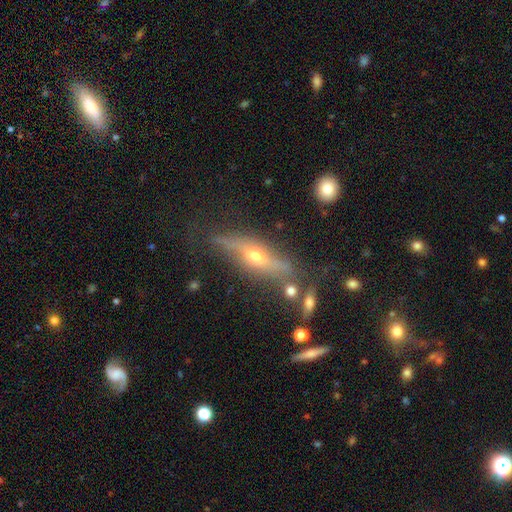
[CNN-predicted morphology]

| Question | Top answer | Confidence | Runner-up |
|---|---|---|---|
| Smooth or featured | featured or disk | 69% | smooth (22%) |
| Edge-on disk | yes | 84% | no (16%) |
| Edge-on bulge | rounded | 92% | none (4%) |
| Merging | none | 67% | minor disturbance (20%) |